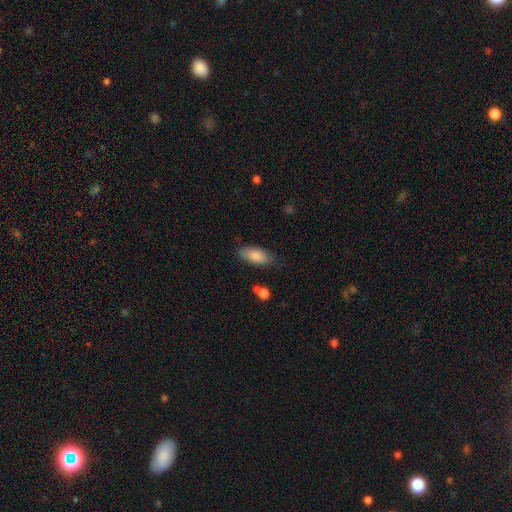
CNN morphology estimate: type=smooth (85%); roundness=in between (86%); merging=none (73%).